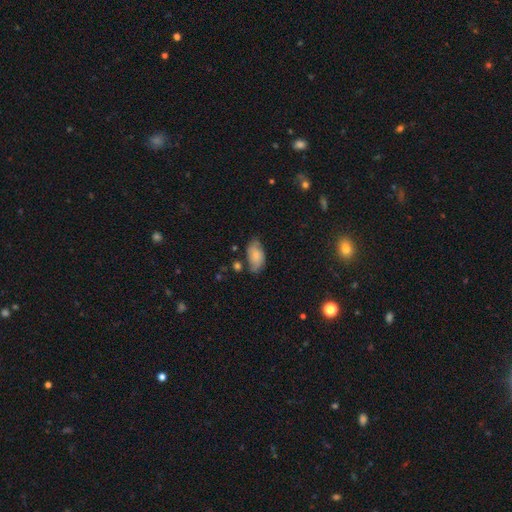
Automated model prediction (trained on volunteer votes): This is likely a smooth galaxy (70%). How rounded: clearly in between (93%). Merging: possibly none (59%).